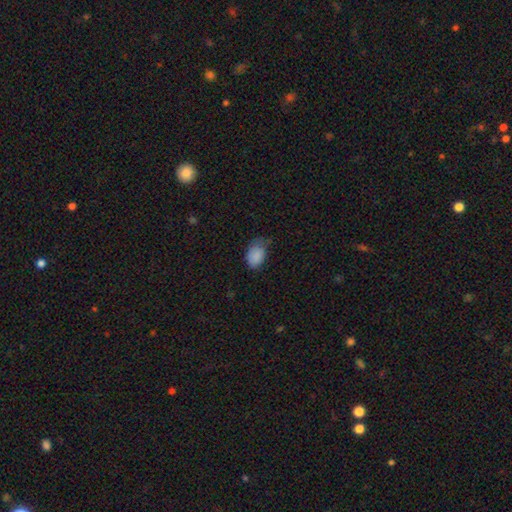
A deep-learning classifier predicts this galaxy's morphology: The model was most divided on "merging": none: 45%, minor disturbance: 41%, major disturbance: 12%, merger: 2%. More confident: smooth or featured — smooth (86%); how rounded — in between (85%).